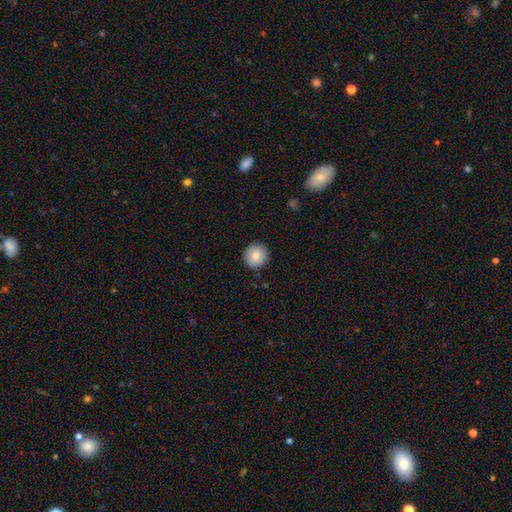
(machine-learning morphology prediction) type=smooth (84%); roundness=round (94%); merging=none (91%).